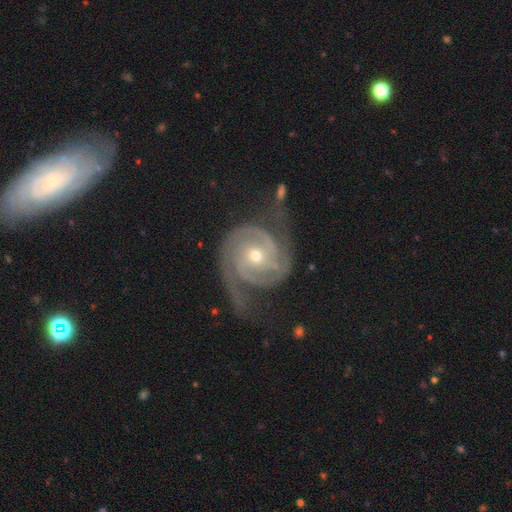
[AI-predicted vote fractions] The model was most divided on "bulge size": small: 51%, moderate: 47%, large: 1%, none: 1%, dominant: 1%. More confident: spiral arms — yes (98%); edge-on disk — no (98%); smooth or featured — featured or disk (92%); spiral arm count — 2 (75%); merging — none (65%); spiral winding — tight (60%); bar — no (58%).